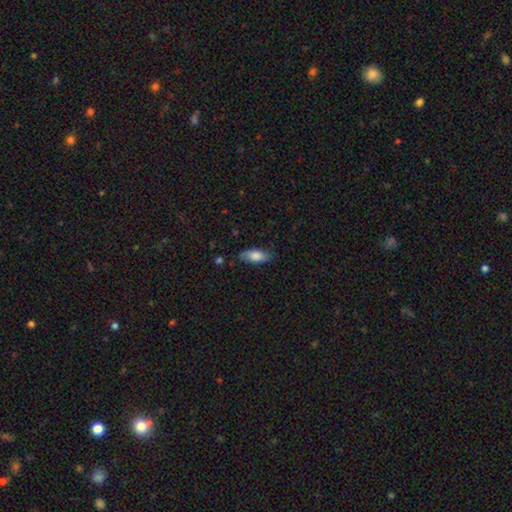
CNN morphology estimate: Smooth or featured? smooth (78%)
How rounded? in between (78%)
Merging? none (78%)